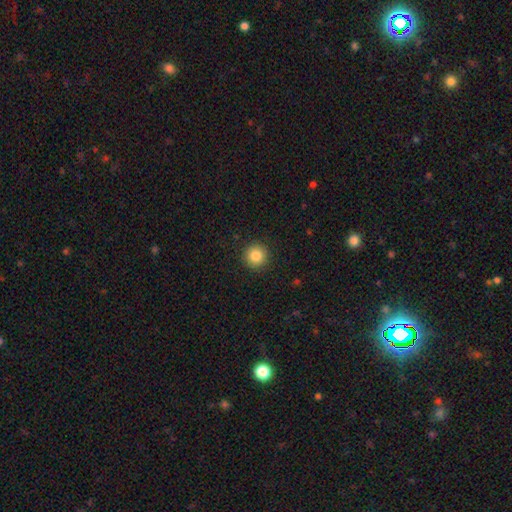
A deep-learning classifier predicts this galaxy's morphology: A smooth galaxy with no disk features (85%) that is round (95%). Merging: none (92%).